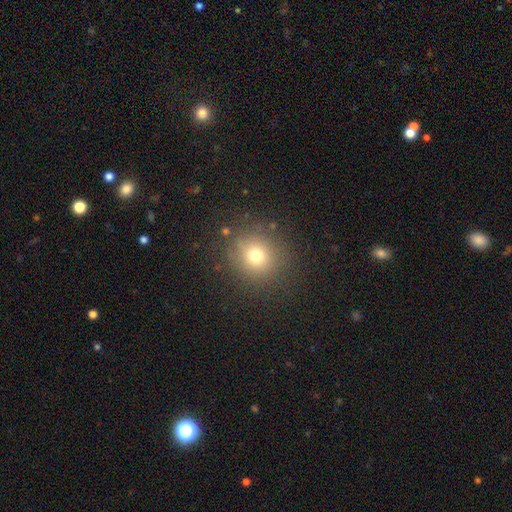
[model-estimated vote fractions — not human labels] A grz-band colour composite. It shows a smooth galaxy with no disk features (72%) that is round (88%). Merging: none (85%).